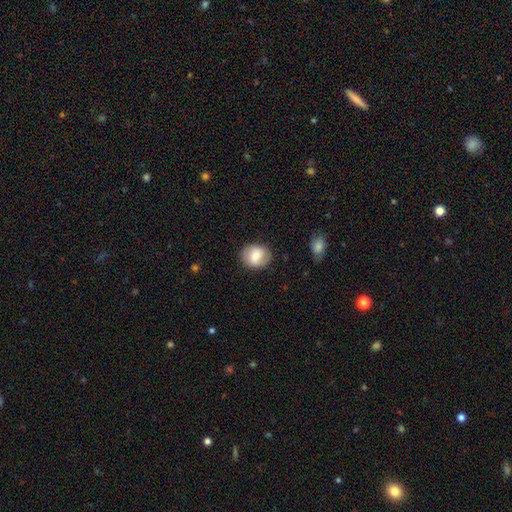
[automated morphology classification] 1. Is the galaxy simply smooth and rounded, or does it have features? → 72% smooth, 21% featured or disk, 7% star or artifact.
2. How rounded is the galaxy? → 57% round, 42% in between, 1% cigar-shaped.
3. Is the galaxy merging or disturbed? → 83% none, 12% minor disturbance, 4% major disturbance, 1% merger.